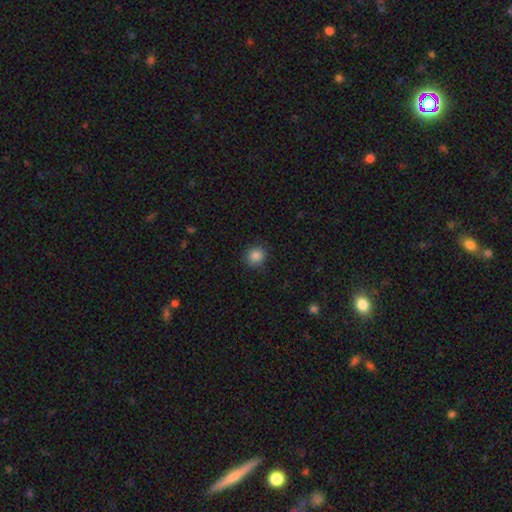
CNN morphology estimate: Q: Smooth or featured?
A: smooth (86%); runner-up: star or artifact (10%)
Q: How rounded?
A: round (89%); runner-up: in between (10%)
Q: Merging?
A: none (89%); runner-up: minor disturbance (8%)